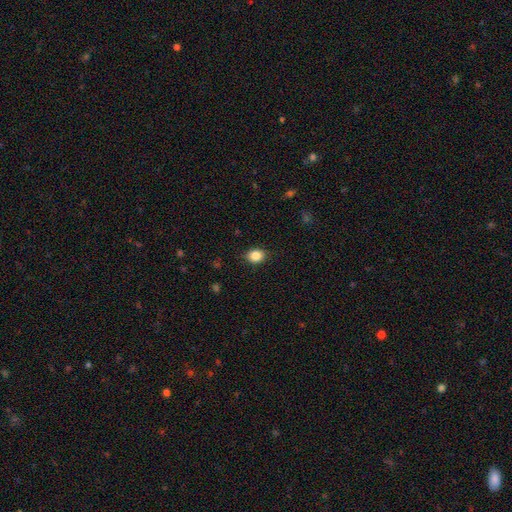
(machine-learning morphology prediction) Smooth or featured: smooth — 86% (star or artifact — 9%)
How rounded: round — 53% (in between — 46%)
Merging: none — 87% (minor disturbance — 9%)